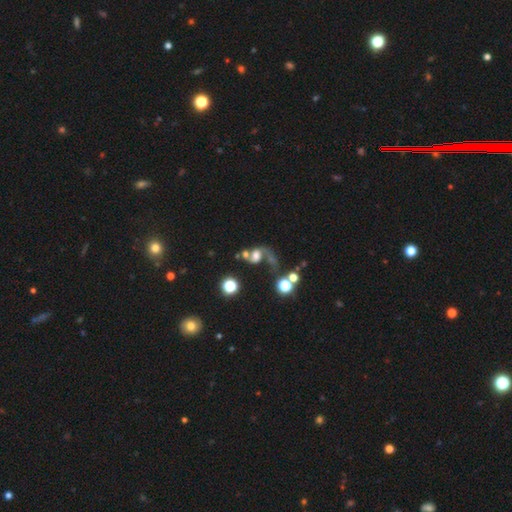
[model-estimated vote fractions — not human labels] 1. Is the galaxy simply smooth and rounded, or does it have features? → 54% featured or disk, 30% smooth, 16% star or artifact.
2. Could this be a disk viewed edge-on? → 97% no, 3% yes.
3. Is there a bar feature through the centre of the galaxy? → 64% no, 27% weak, 9% strong.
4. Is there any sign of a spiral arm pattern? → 75% yes, 25% no.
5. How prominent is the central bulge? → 34% moderate, 31% large, 15% small, 12% none, 8% dominant.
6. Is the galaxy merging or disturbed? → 37% merger, 29% major disturbance, 22% none, 11% minor disturbance.